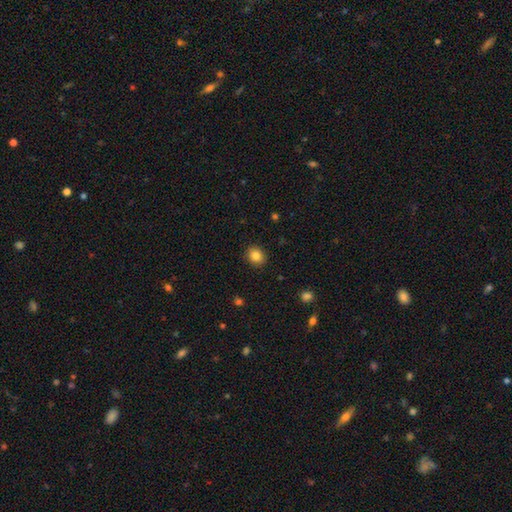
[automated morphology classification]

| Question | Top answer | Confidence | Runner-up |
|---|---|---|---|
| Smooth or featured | smooth | 84% | star or artifact (10%) |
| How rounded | round | 65% | in between (34%) |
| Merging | none | 90% | minor disturbance (7%) |